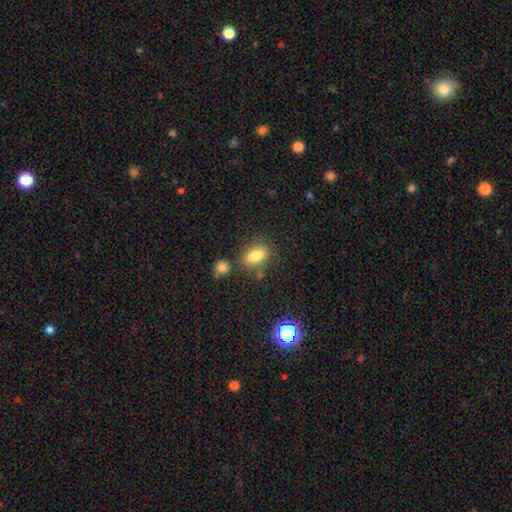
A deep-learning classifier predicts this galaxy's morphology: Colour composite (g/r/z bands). It shows a smooth galaxy with no disk features (81%) that is in between round and cigar-shaped (84%). Merging: none (71%).